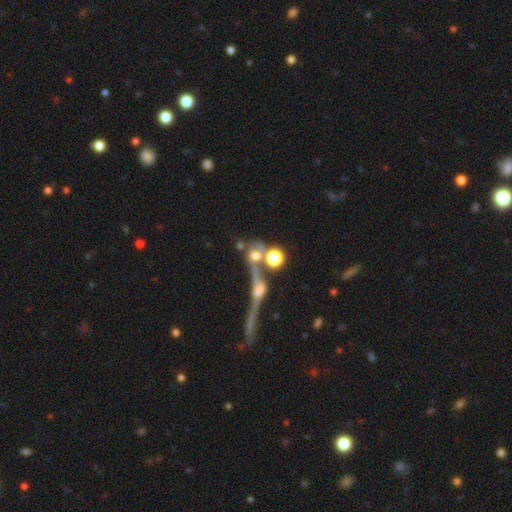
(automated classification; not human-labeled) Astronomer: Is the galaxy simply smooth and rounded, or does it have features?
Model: smooth — 49% (runner-up: featured or disk, 34%).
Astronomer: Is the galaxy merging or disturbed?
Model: merger — 46% (runner-up: none, 32%).